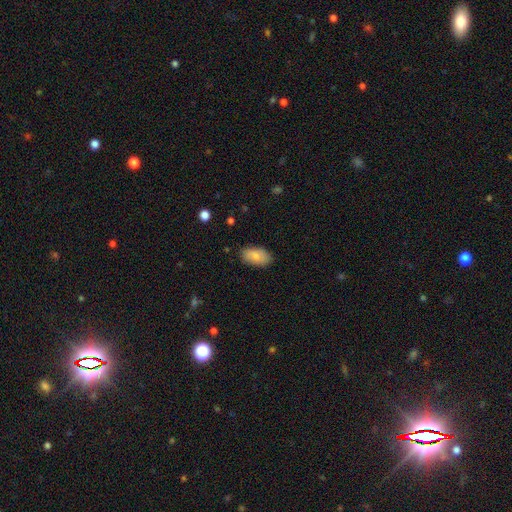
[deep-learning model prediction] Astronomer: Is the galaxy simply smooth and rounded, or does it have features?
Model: smooth — 81%.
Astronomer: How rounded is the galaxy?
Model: in between — 94%.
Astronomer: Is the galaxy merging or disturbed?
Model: none — 84%.